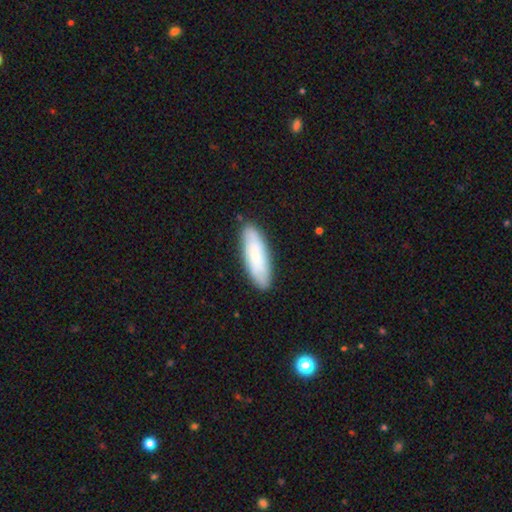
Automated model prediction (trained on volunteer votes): Q: Smooth or featured?
A: smooth (72%); runner-up: featured or disk (22%)
Q: How rounded?
A: in between (52%); runner-up: cigar-shaped (46%)
Q: Merging?
A: none (86%); runner-up: minor disturbance (10%)